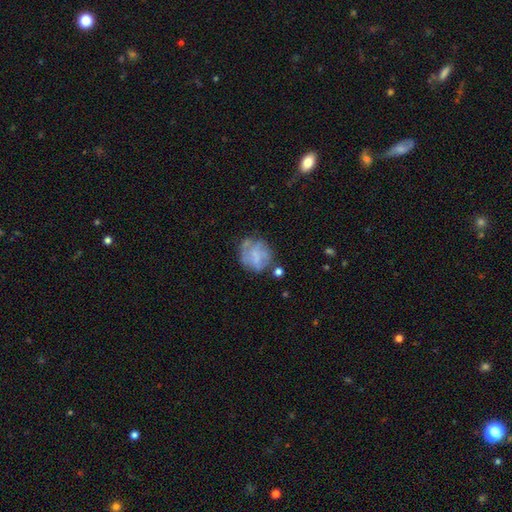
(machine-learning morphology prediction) Smooth or featured?
  - featured or disk: 54% *
  - smooth: 36%
  - star or artifact: 10%
Edge-on disk?
  - no: 98% *
  - yes: 2%
Bar?
  - no: 68% *
  - weak: 26%
  - strong: 6%
Spiral arms?
  - no: 54% *
  - yes: 46%
Bulge size?
  - none: 50% *
  - small: 30%
  - moderate: 16%
  - large: 2%
  - dominant: 1%
Merging?
  - none: 57% *
  - minor disturbance: 21%
  - major disturbance: 15%
  - merger: 6%